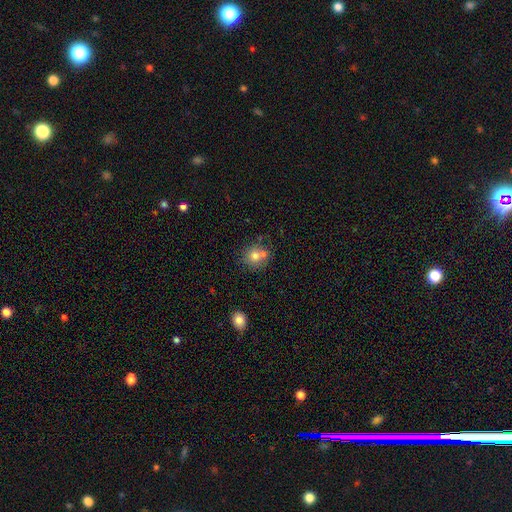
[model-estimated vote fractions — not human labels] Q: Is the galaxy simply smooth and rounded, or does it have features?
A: smooth — 72%.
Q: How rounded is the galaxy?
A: round — 85%.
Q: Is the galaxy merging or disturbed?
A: none — 55%.